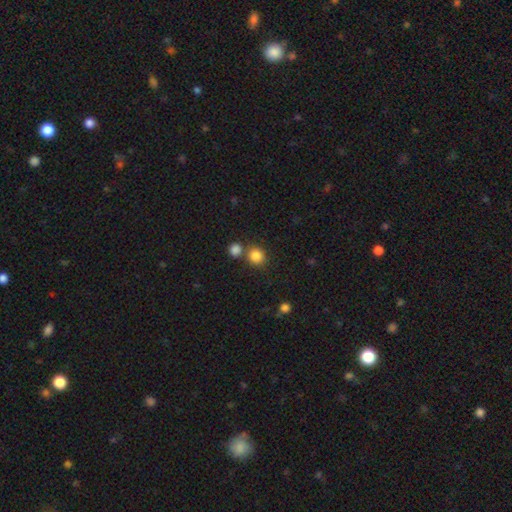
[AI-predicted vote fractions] This appears to be a smooth galaxy with no disk features (84%) that is round (84%). Merging: none (65%).